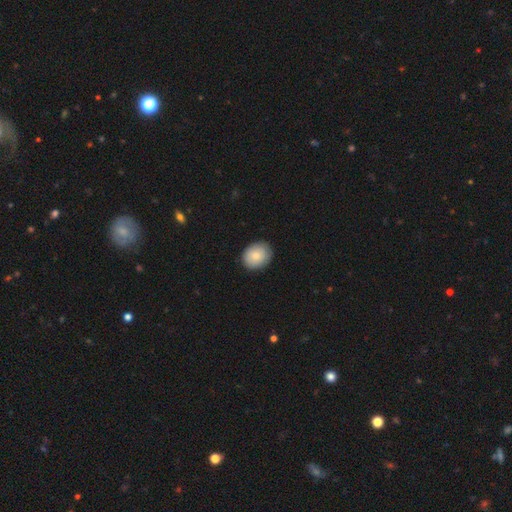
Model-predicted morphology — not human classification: Smooth or featured: smooth — 84% (featured or disk — 10%)
How rounded: round — 51% (in between — 48%)
Merging: none — 88% (minor disturbance — 9%)